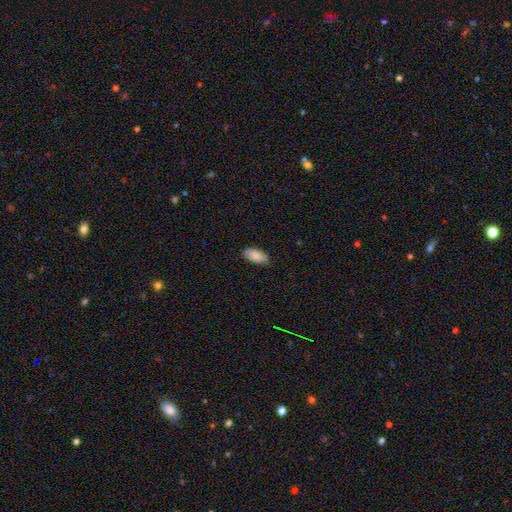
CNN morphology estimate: The model was most divided on "merging": none: 84%, minor disturbance: 13%, major disturbance: 2%, merger: 1%. More confident: how rounded — in between (91%); smooth or featured — smooth (89%).